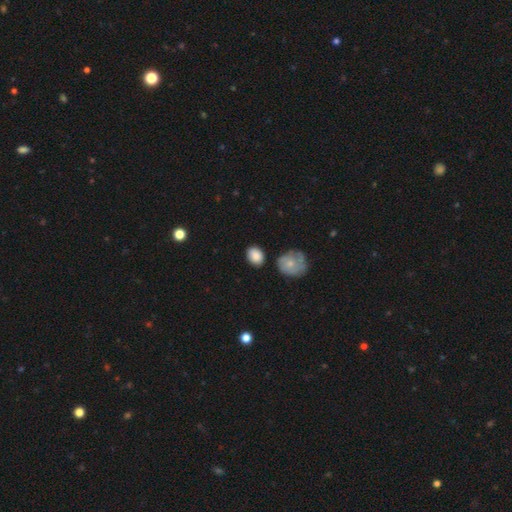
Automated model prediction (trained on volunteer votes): This appears to be a smooth galaxy with no disk features (86%) that is in between round and cigar-shaped (63%). Merging: none (78%).